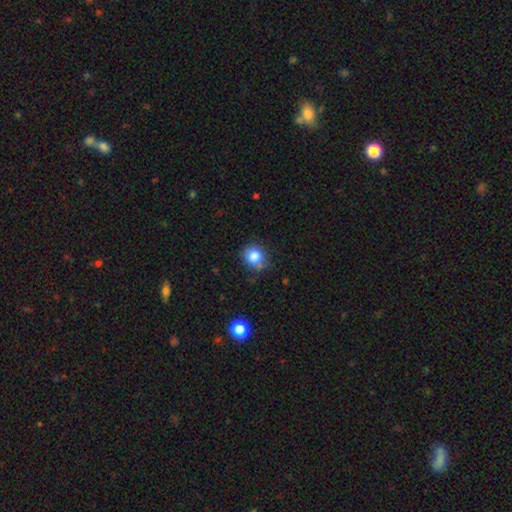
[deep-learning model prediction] A smooth galaxy with no disk features (83%) that is round (76%).

Vote fractions:
- Smooth or featured? smooth: 83% / star or artifact: 10% / featured or disk: 7%
- How rounded? round: 76% / in between: 23% / cigar-shaped: 1%
- Merging? none: 70% / minor disturbance: 20% / merger: 6% / major disturbance: 5%